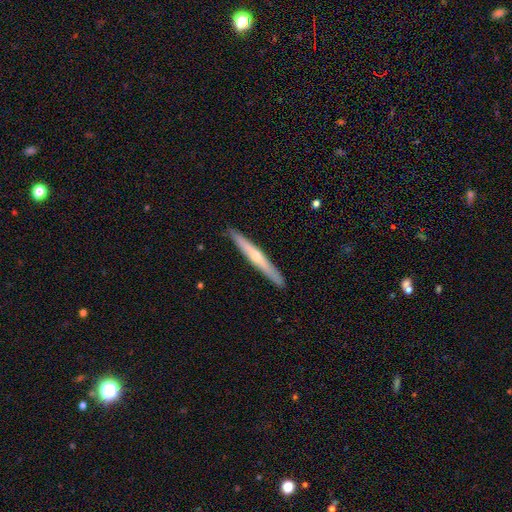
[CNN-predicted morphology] A featured or disk galaxy (64%) viewed edge-on (96%) with a rounded central bulge (77%). Merging: none (91%).